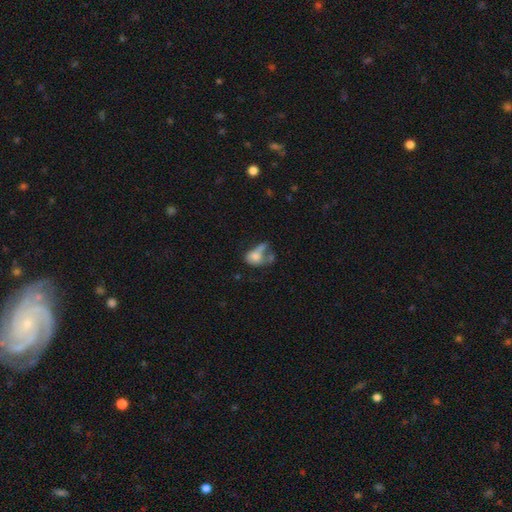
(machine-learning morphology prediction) smooth 62%, featured or disk 27%, star or artifact 11%. Down the decision tree: how rounded — in between (74%); merging — merger (34%).